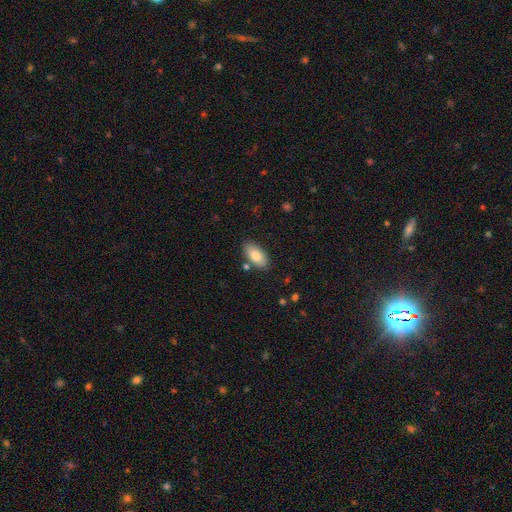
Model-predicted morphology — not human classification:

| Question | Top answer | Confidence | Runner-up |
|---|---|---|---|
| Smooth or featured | smooth | 81% | featured or disk (13%) |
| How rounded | in between | 93% | cigar-shaped (4%) |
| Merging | none | 82% | minor disturbance (11%) |